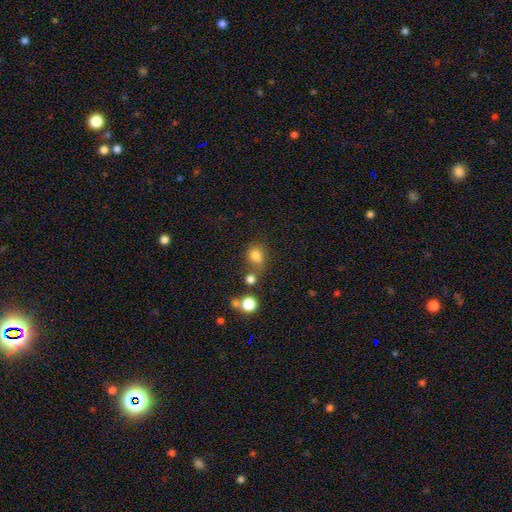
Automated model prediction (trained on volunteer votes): A smooth galaxy with no disk features (80%) that is round (60%).

Vote fractions:
- Smooth or featured? smooth: 80% / star or artifact: 13% / featured or disk: 7%
- How rounded? round: 60% / in between: 39% / cigar-shaped: 1%
- Merging? none: 60% / minor disturbance: 17% / merger: 16% / major disturbance: 7%